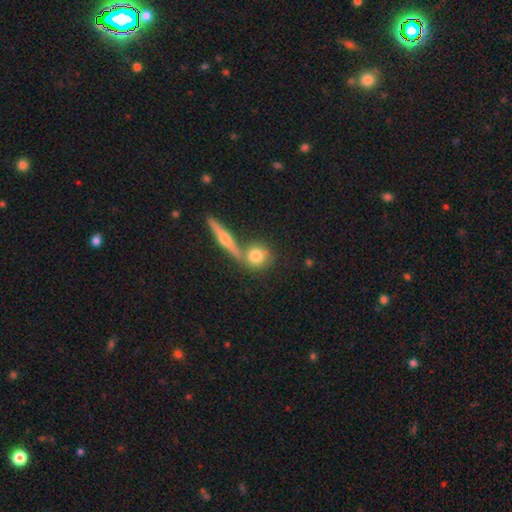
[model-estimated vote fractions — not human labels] Overall: smooth (71%). How rounded: round (78%). Merging: none (58%; merger 29%).